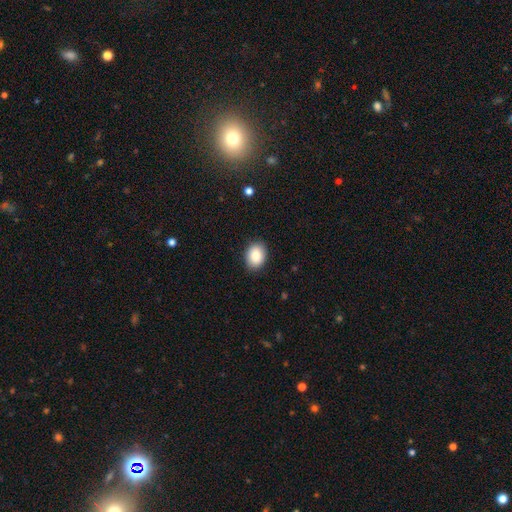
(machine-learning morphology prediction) The model was most divided on "how rounded": in between: 69%, round: 30%, cigar-shaped: 1%. More confident: smooth or featured — smooth (88%); merging — none (88%).